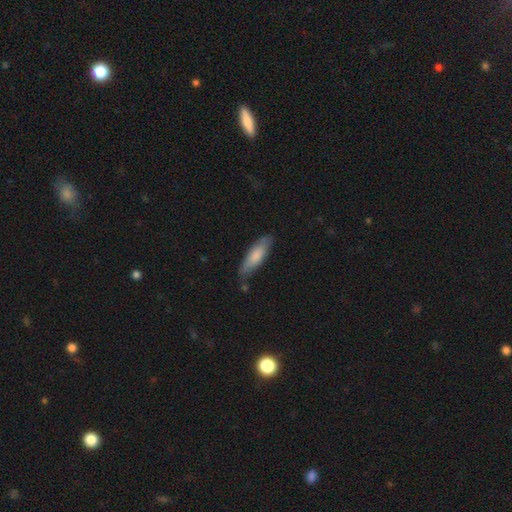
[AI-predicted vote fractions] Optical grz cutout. It shows a smooth galaxy with no disk features (78%) that is cigar-shaped (57%). Merging: none (74%).